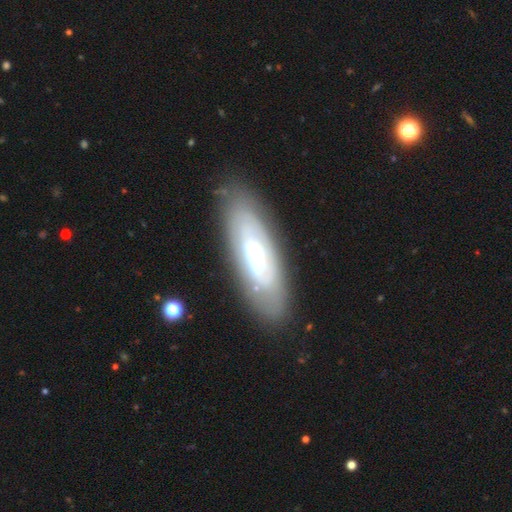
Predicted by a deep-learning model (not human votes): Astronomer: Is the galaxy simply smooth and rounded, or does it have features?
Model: featured or disk — 69%.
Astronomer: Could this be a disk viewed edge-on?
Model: no — 83%.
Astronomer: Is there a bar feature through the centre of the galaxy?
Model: no — 72%.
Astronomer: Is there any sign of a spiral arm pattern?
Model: yes — 56% (runner-up: no, 44%).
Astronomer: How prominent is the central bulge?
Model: small — 46% (runner-up: moderate, 44%).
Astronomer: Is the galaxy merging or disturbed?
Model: none — 79%.